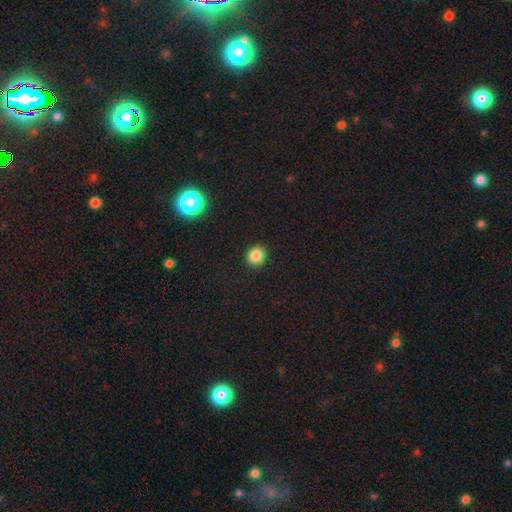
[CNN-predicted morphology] Smooth or featured?
  - smooth: 86% *
  - star or artifact: 11%
  - featured or disk: 4%
How rounded?
  - round: 74% *
  - in between: 25%
  - cigar-shaped: 1%
Merging?
  - none: 89% *
  - minor disturbance: 8%
  - major disturbance: 2%
  - merger: 1%